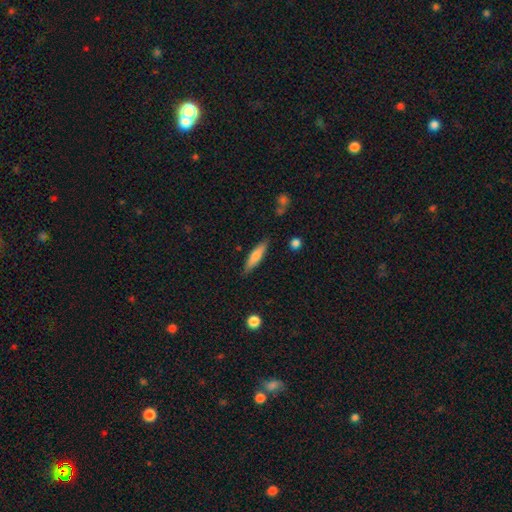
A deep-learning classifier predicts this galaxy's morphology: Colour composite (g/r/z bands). It shows a smooth galaxy with no disk features (71%) that is cigar-shaped (78%). Merging: none (85%).